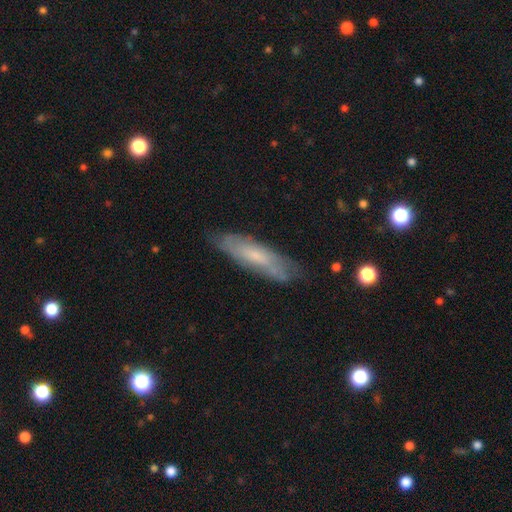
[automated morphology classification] The model was most divided on "smooth or featured": smooth: 47%, featured or disk: 46%, star or artifact: 7%. More confident: merging — none (75%).